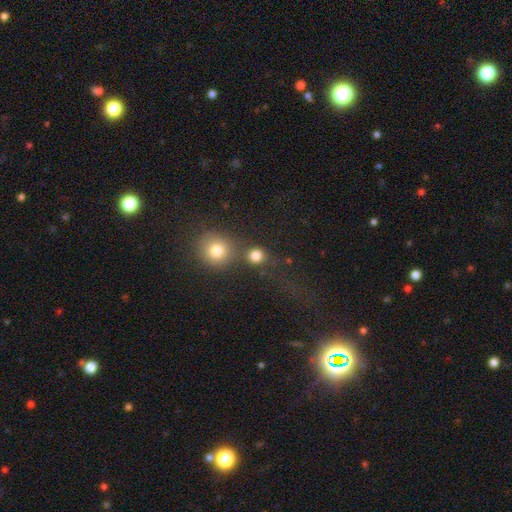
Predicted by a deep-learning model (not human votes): This is clearly a smooth galaxy (81%). How rounded: clearly round (87%). Merging: likely none (60%).